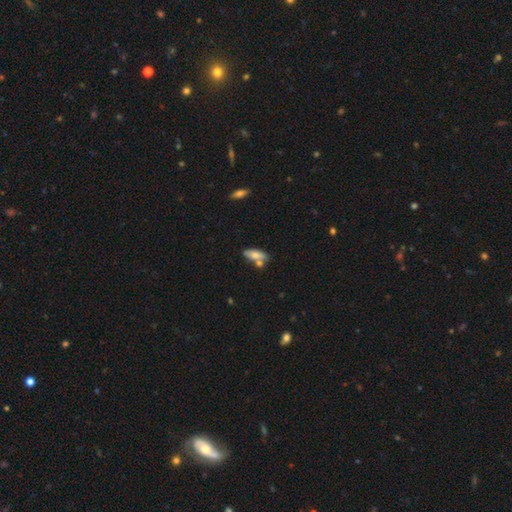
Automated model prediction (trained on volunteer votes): Smooth or featured? Predicted: smooth (p=0.71). How rounded? Predicted: in between (p=0.71). Merging? Predicted: none (p=0.59).